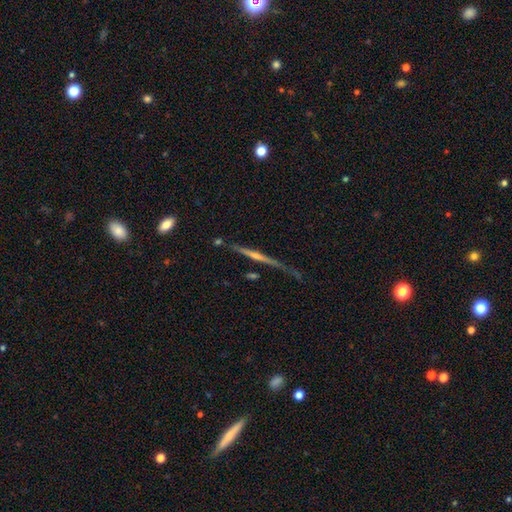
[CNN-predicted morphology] Smooth or featured: featured or disk — 78% (smooth — 14%)
Edge-on disk: yes — 98% (no — 2%)
Edge-on bulge: rounded — 62% (none — 27%)
Merging: none — 79% (minor disturbance — 14%)